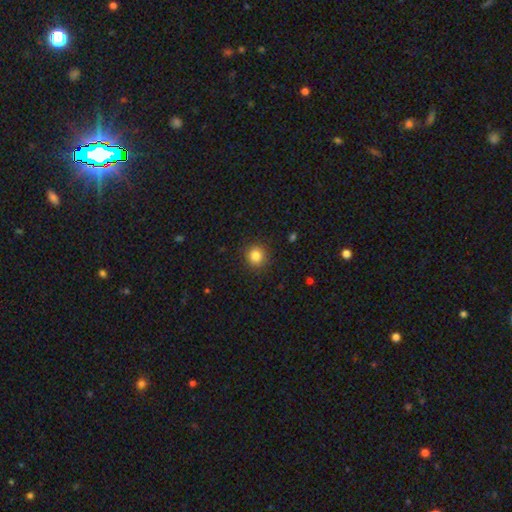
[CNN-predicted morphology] Smooth or featured? smooth (84%)
How rounded? round (90%)
Merging? none (90%)